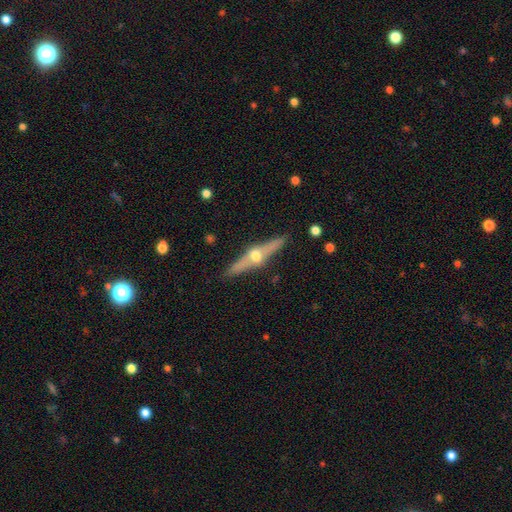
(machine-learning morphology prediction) type=featured or disk (81%); edge-on=yes (97%); edge-on bulge=rounded (94%); merging=none (89%).